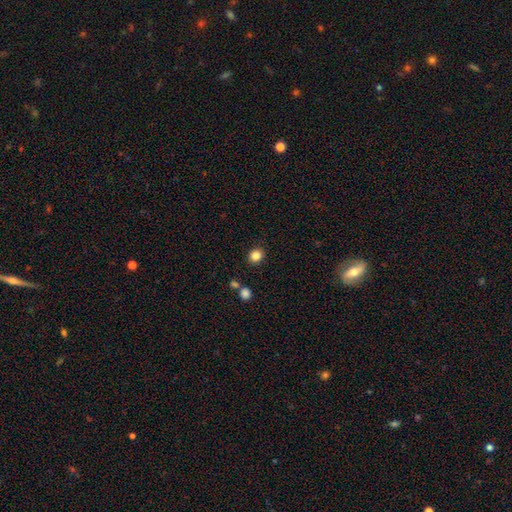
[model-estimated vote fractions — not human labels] Smooth or featured: smooth — 83% (star or artifact — 12%)
How rounded: round — 75% (in between — 24%)
Merging: none — 88% (minor disturbance — 7%)